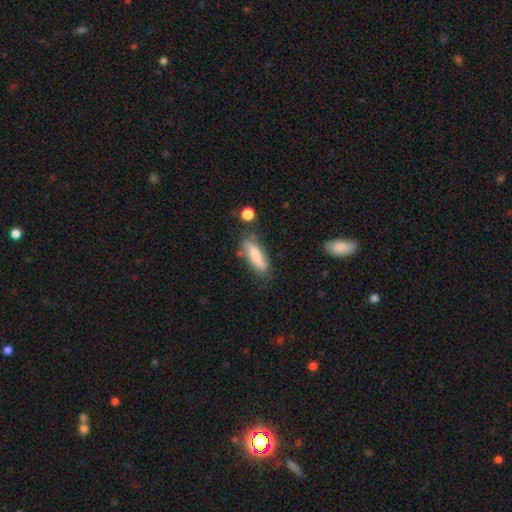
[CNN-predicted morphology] type=smooth (72%); roundness=in between (50%); merging=none (61%).